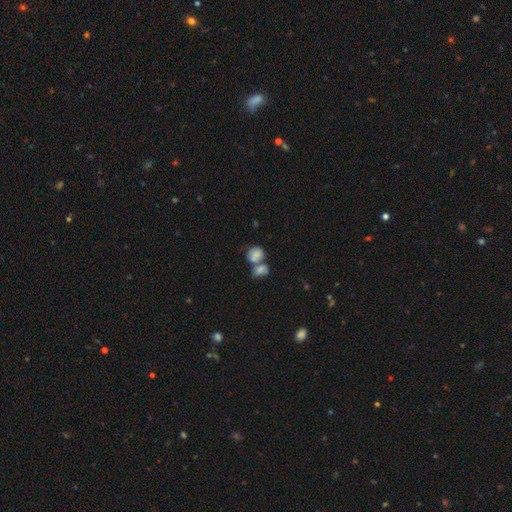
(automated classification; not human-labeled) smooth 73%, featured or disk 18%, star or artifact 10%. Down the decision tree: how rounded — round (53%); merging — merger (62%).